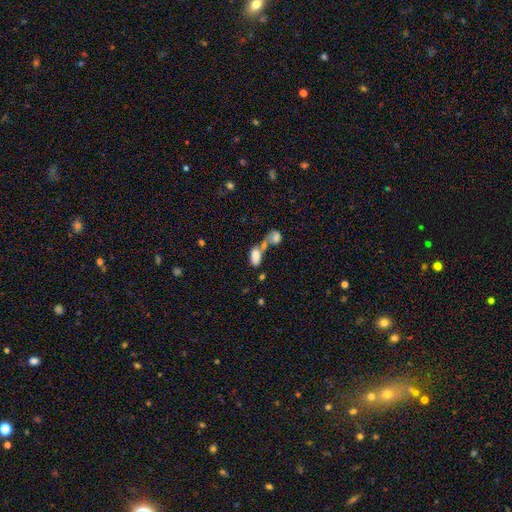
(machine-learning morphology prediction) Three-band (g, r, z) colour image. It shows a smooth galaxy with no disk features (80%) that is in between round and cigar-shaped (91%). Merging: merger (64%).